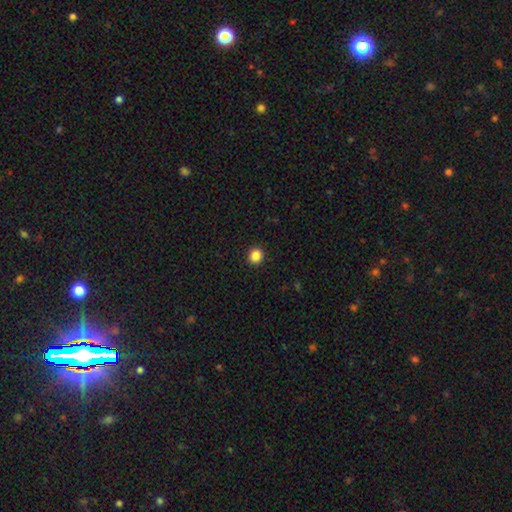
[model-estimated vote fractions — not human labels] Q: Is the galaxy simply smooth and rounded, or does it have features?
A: smooth — 86%.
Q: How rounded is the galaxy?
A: round — 88%.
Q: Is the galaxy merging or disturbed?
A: none — 93%.